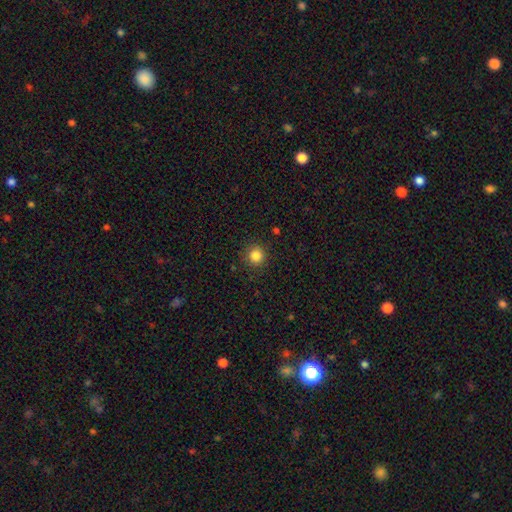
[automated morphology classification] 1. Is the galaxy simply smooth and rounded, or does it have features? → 84% smooth, 12% star or artifact, 4% featured or disk.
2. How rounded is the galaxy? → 94% round, 5% in between, 1% cigar-shaped.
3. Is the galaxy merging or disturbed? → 90% none, 6% minor disturbance, 2% major disturbance, 1% merger.